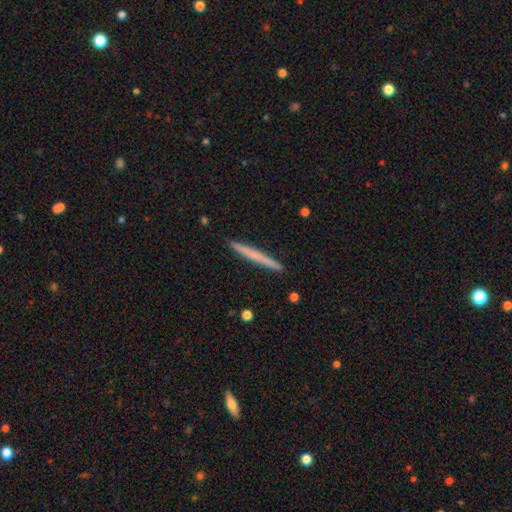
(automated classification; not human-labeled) This is possibly a smooth galaxy (59%). How rounded: clearly cigar-shaped (97%). Merging: clearly none (92%).